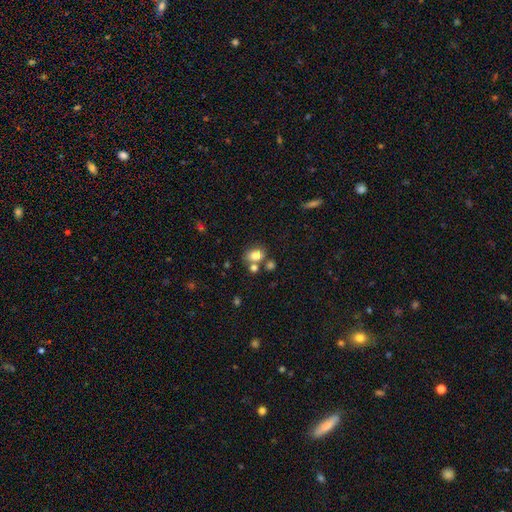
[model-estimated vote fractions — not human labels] A smooth galaxy with no disk features (80%) that is in between round and cigar-shaped (59%). Merging: none (54%).